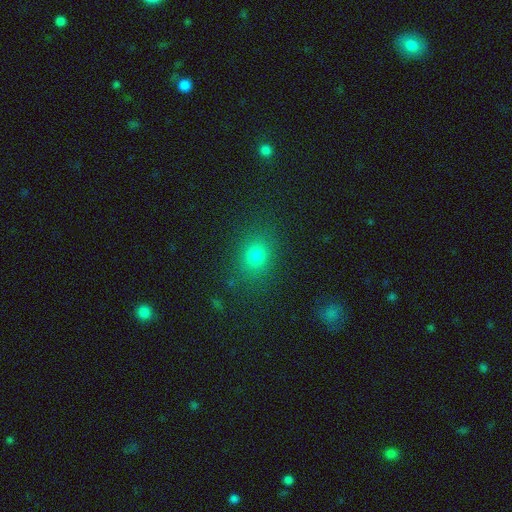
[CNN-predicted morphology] Smooth or featured?
  - smooth: 76% *
  - star or artifact: 16%
  - featured or disk: 8%
How rounded?
  - round: 59% *
  - in between: 39%
  - cigar-shaped: 2%
Merging?
  - none: 84% *
  - minor disturbance: 10%
  - major disturbance: 4%
  - merger: 2%